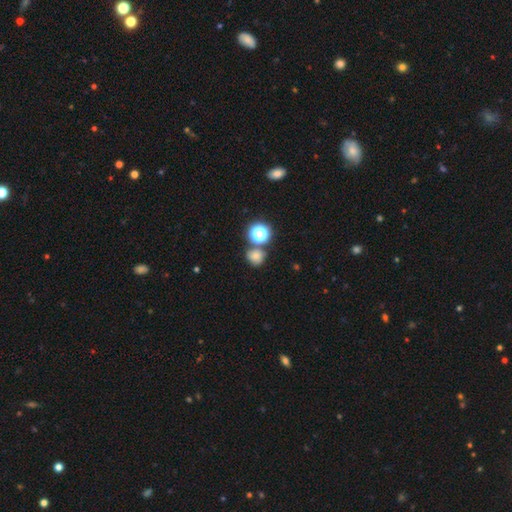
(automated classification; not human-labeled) smooth_or_featured: smooth (p=0.70) [alt: star or artifact p=0.20]
how_rounded: round (p=0.81) [alt: in between p=0.18]
merging: none (p=0.65) [alt: merger p=0.18]